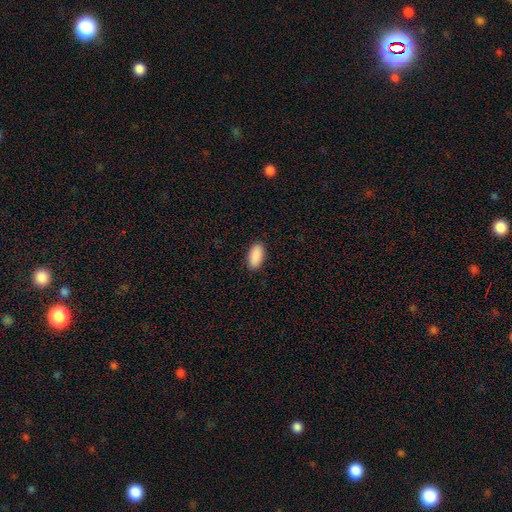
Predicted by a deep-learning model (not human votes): Smooth or featured? Predicted: smooth (p=0.91). How rounded? Predicted: in between (p=0.92). Merging? Predicted: none (p=0.91).